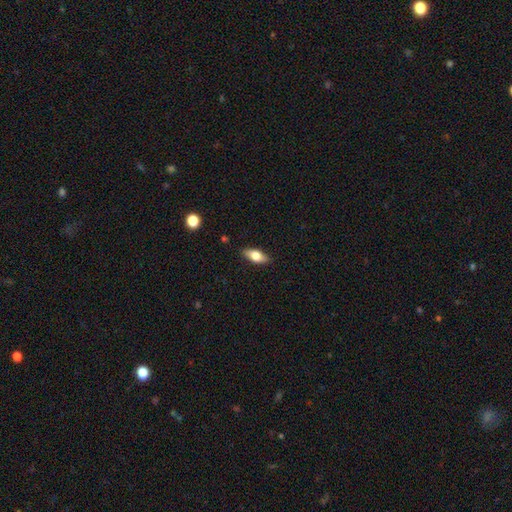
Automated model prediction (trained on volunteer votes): Smooth or featured: smooth — 67% (featured or disk — 26%)
How rounded: in between — 78% (cigar-shaped — 18%)
Merging: none — 85% (minor disturbance — 11%)